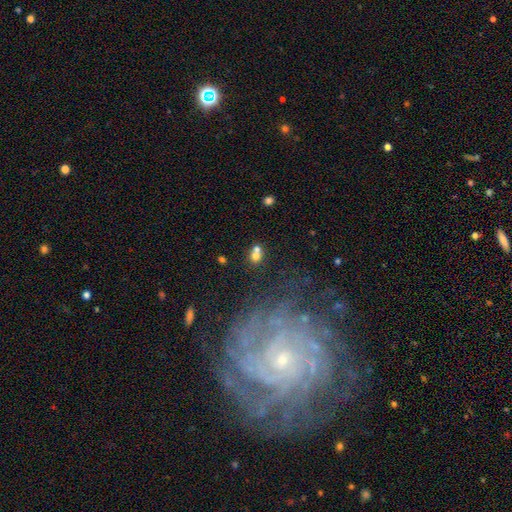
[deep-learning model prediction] smooth-or-featured: smooth: 69% | featured or disk: 16% | star or artifact: 15%
  how-rounded: round: 59% | in between: 39% | cigar-shaped: 2%
  merging: merger: 46% | none: 40% | minor disturbance: 9% | major disturbance: 5%